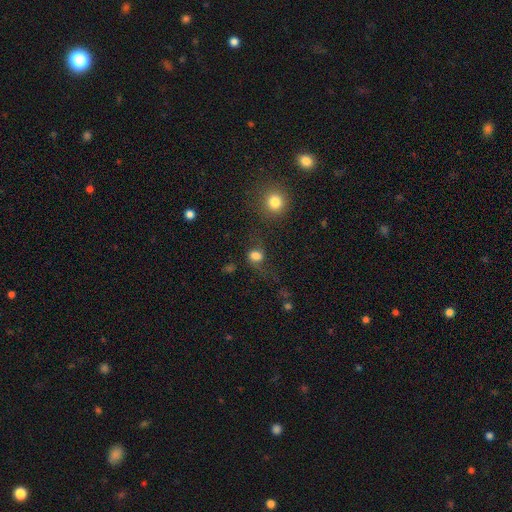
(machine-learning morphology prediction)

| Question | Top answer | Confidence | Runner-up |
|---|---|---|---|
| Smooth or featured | smooth | 71% | featured or disk (15%) |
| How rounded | round | 64% | in between (34%) |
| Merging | none | 42% | major disturbance (27%) |